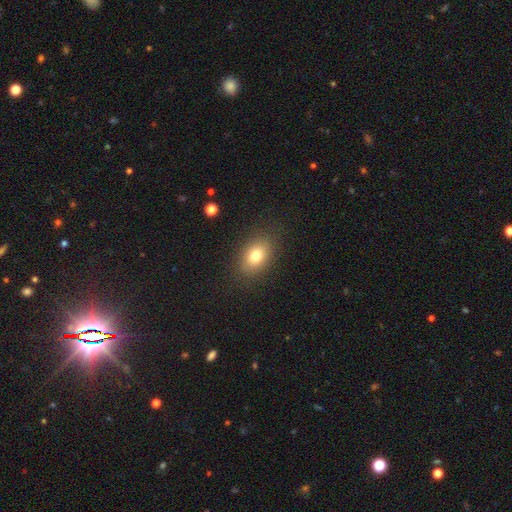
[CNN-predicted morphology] The model was most divided on "how rounded": in between: 79%, round: 20%, cigar-shaped: 2%. More confident: merging — none (86%); smooth or featured — smooth (77%).